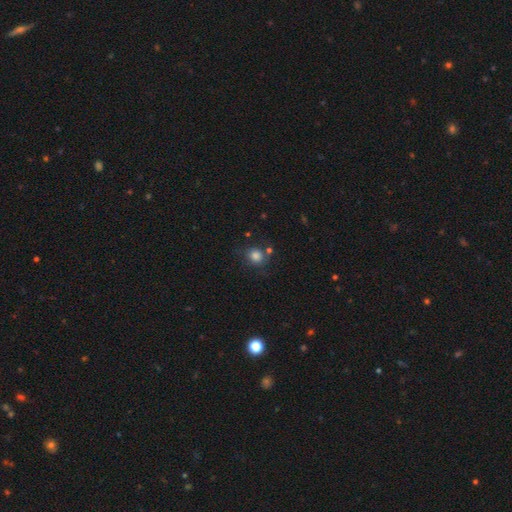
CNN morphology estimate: Smooth or featured: smooth — 80% (star or artifact — 12%)
How rounded: round — 82% (in between — 17%)
Merging: none — 68% (minor disturbance — 16%)